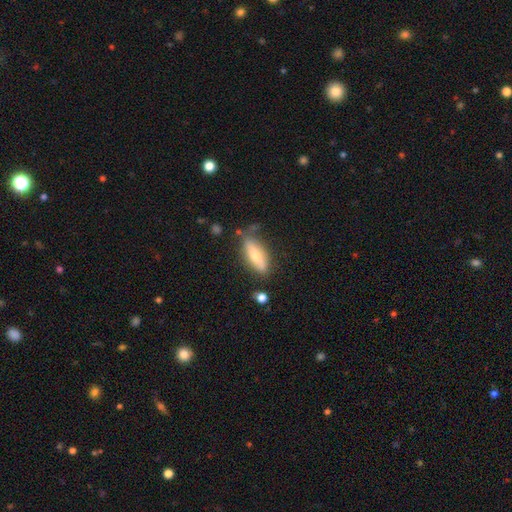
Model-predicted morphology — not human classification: smooth 64%, featured or disk 29%, star or artifact 6%. Down the decision tree: how rounded — in between (61%); merging — none (67%).